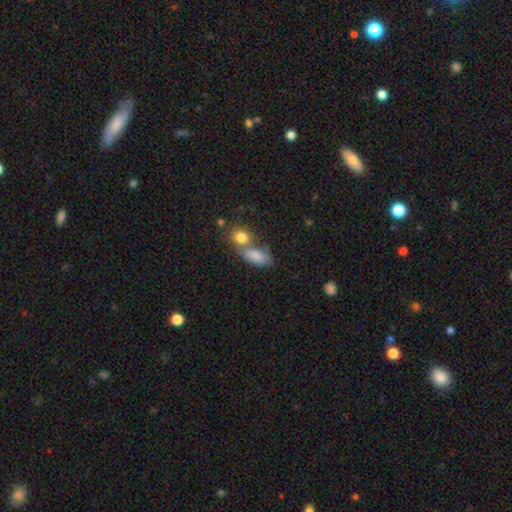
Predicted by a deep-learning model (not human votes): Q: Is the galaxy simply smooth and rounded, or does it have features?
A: smooth — 83%.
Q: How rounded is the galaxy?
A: in between — 80%.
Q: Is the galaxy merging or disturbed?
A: merger — 45%.